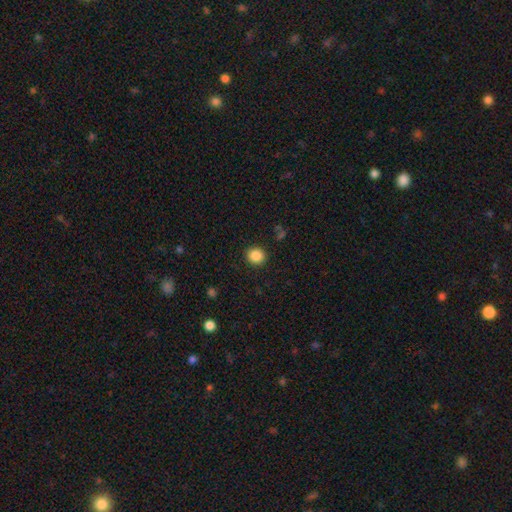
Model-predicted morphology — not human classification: Overall: smooth (86%). How rounded: round (86%). Merging: none (91%).